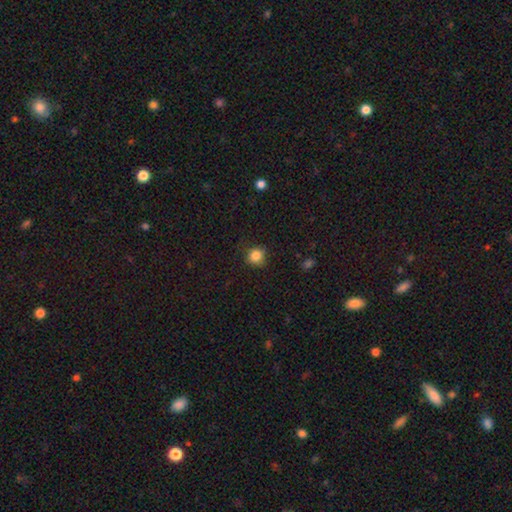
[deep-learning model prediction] Smooth or featured? smooth (84%)
How rounded? round (87%)
Merging? none (82%)